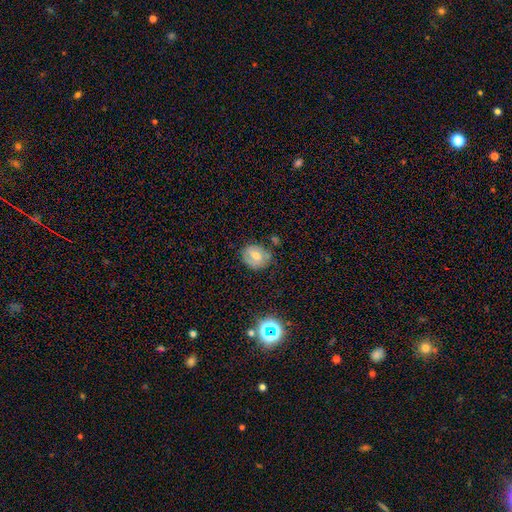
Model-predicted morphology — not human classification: Q: Smooth or featured?
A: smooth (52%); runner-up: featured or disk (35%)
Q: How rounded?
A: round (61%); runner-up: in between (38%)
Q: Merging?
A: none (68%); runner-up: minor disturbance (22%)